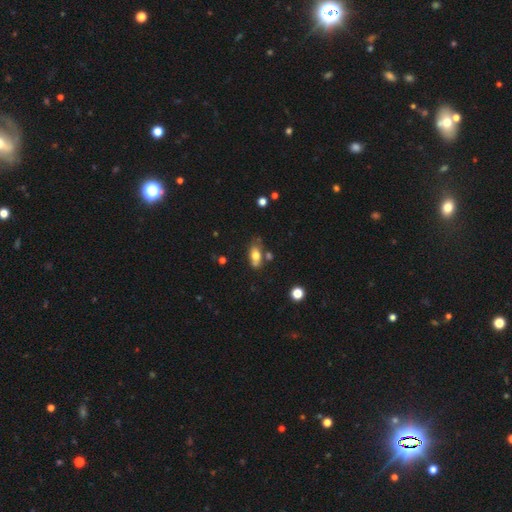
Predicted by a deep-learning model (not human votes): smooth 70%, featured or disk 21%, star or artifact 9%. Down the decision tree: how rounded — in between (85%); merging — none (53%).